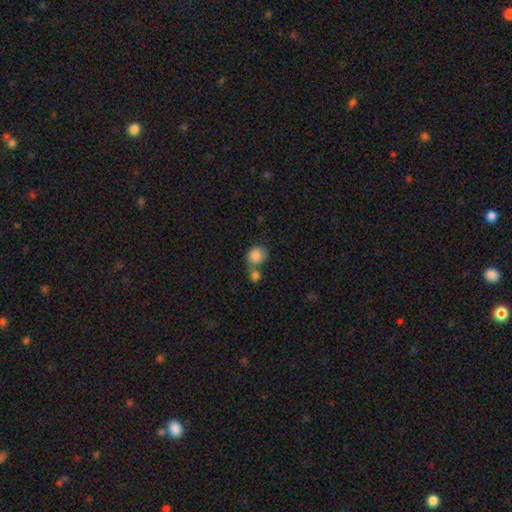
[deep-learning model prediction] Q: Smooth or featured?
A: smooth (85%); runner-up: star or artifact (7%)
Q: How rounded?
A: round (74%); runner-up: in between (24%)
Q: Merging?
A: merger (52%); runner-up: none (32%)